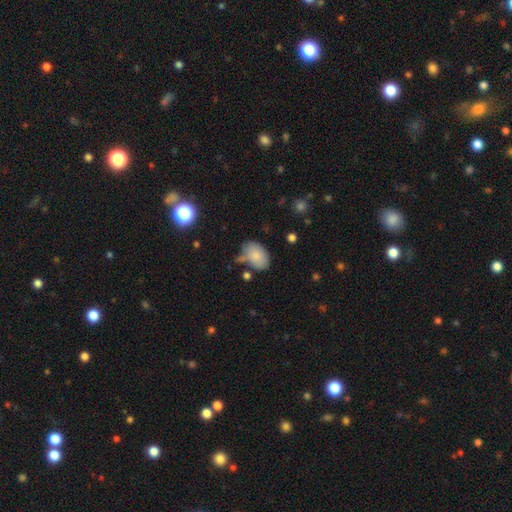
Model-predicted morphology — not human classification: A smooth galaxy with no disk features (83%) that is in between round and cigar-shaped (87%). Merging: none (55%).